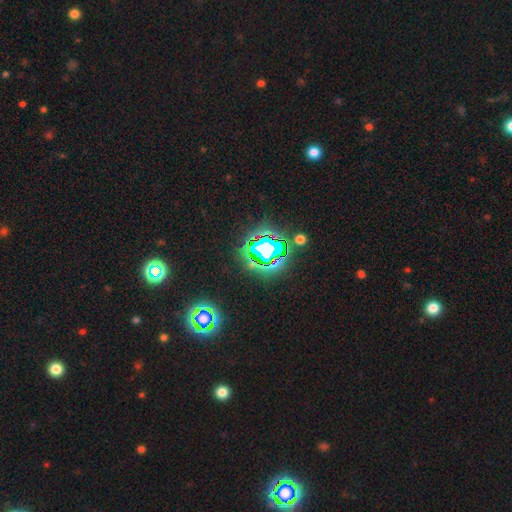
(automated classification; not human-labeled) This appears to be a star or artifact, not a galaxy (84%).